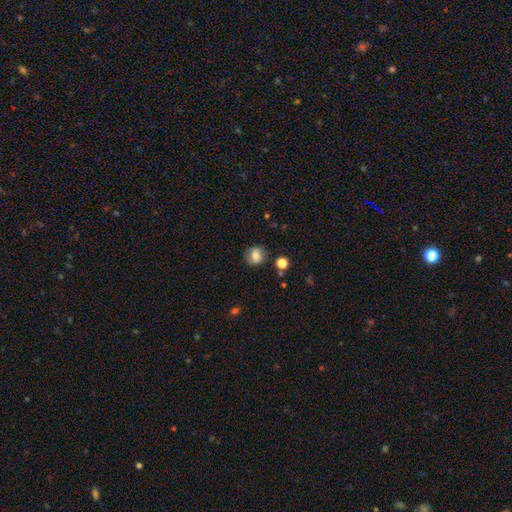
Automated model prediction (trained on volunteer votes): Morphology: type=smooth (77%); roundness=round (76%); merging=none (80%).